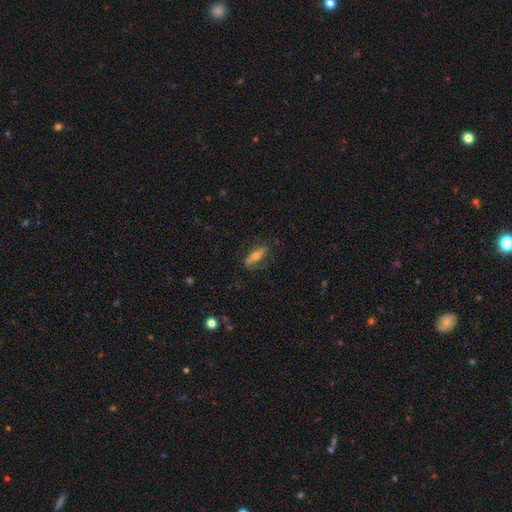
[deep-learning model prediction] Smooth or featured? smooth (50%)
How rounded? in between (49%)
Merging? none (78%)